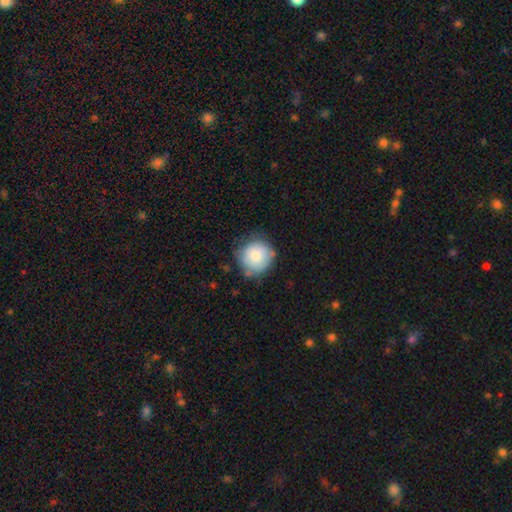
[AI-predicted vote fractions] smooth-or-featured: smooth: 78% | featured or disk: 15% | star or artifact: 7%
  how-rounded: round: 91% | in between: 8% | cigar-shaped: 1%
  merging: none: 69% | minor disturbance: 23% | major disturbance: 6% | merger: 2%